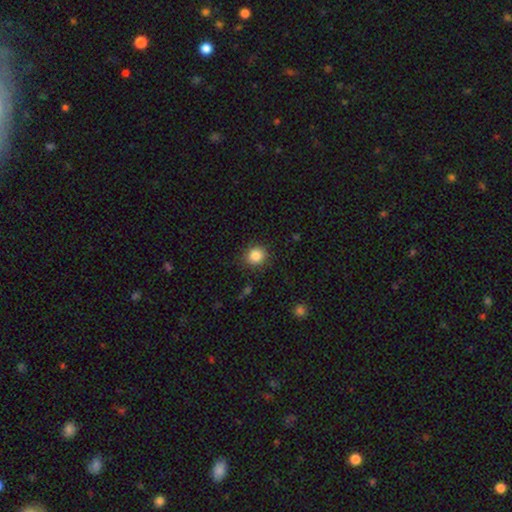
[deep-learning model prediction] Smooth or featured?
  - smooth: 85% *
  - star or artifact: 10%
  - featured or disk: 5%
How rounded?
  - round: 88% *
  - in between: 11%
  - cigar-shaped: 1%
Merging?
  - none: 88% *
  - minor disturbance: 8%
  - major disturbance: 3%
  - merger: 1%